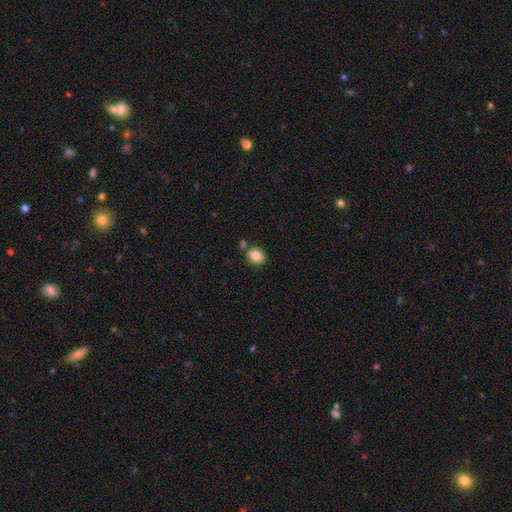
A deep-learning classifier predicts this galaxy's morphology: This appears to be a smooth galaxy with no disk features (85%) that is round (65%). Merging: none (76%).